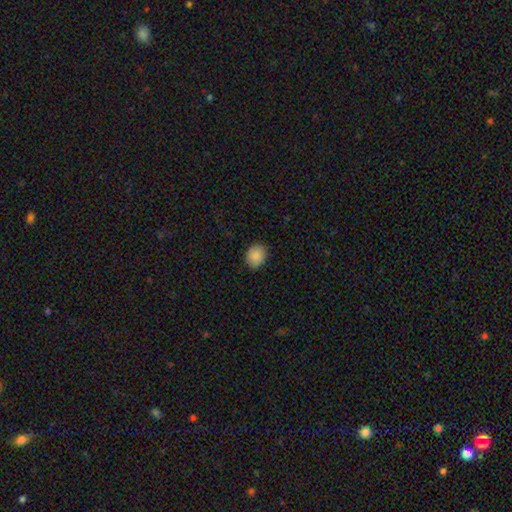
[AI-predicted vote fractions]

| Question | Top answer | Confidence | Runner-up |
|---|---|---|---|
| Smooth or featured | smooth | 88% | star or artifact (8%) |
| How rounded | round | 61% | in between (38%) |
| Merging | none | 87% | minor disturbance (10%) |